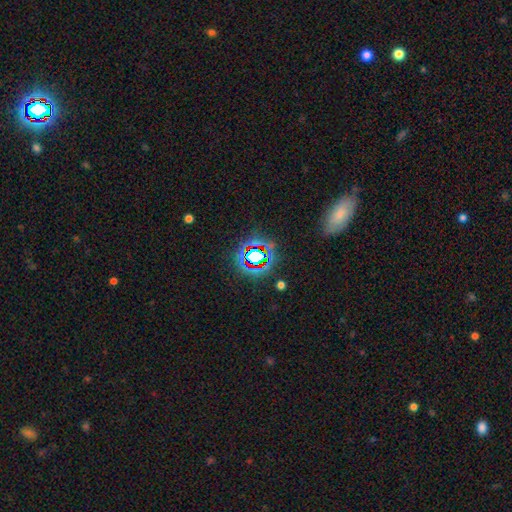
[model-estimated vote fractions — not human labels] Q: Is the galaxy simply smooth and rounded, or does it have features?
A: star or artifact — 67%.